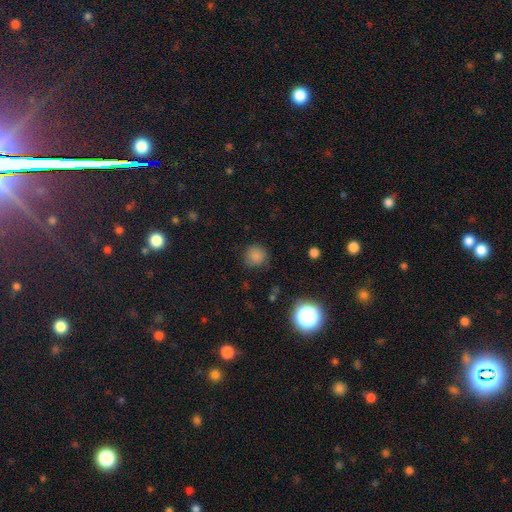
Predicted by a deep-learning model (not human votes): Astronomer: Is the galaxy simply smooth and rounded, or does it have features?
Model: smooth — 80%.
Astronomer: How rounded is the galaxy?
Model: round — 91%.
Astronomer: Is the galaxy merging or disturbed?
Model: none — 81%.